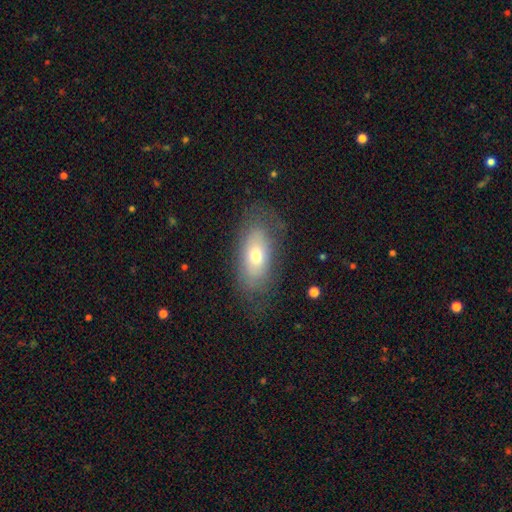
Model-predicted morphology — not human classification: A smooth galaxy with no disk features (57%) that is in between round and cigar-shaped (86%). Merging: none (72%).